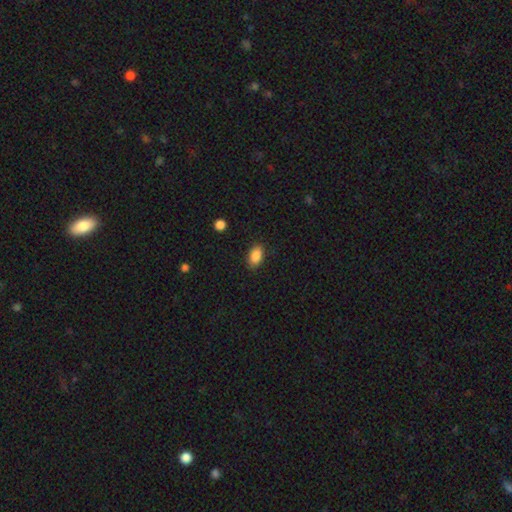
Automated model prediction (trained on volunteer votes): A smooth galaxy with no disk features (88%) that is in between round and cigar-shaped (90%).

Vote fractions:
- Smooth or featured? smooth: 88% / star or artifact: 8% / featured or disk: 4%
- How rounded? in between: 90% / round: 8% / cigar-shaped: 2%
- Merging? none: 86% / minor disturbance: 10% / major disturbance: 3% / merger: 1%